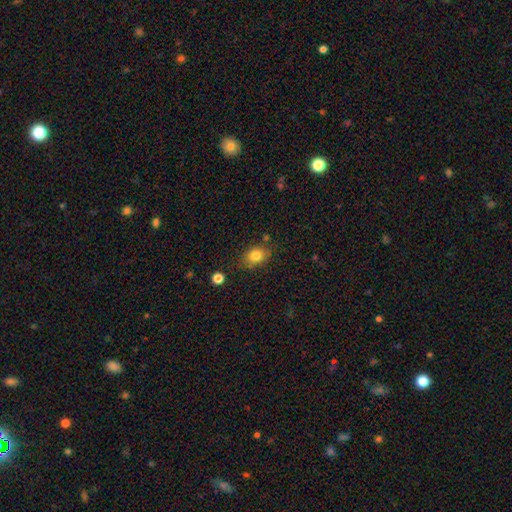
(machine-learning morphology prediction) type=smooth (82%); roundness=in between (62%); merging=none (75%).